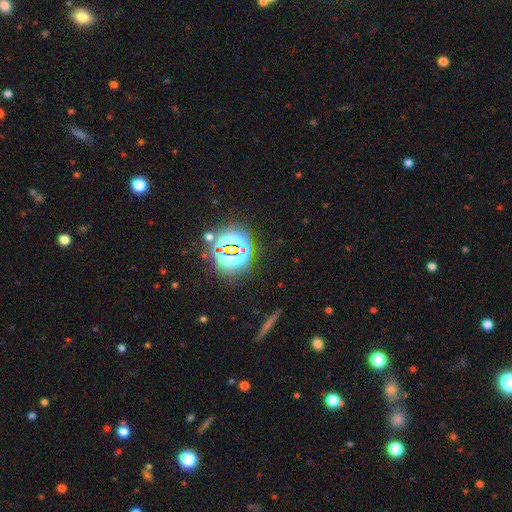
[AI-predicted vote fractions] The model was most divided on "smooth or featured": star or artifact: 82%, smooth: 11%, featured or disk: 7%.